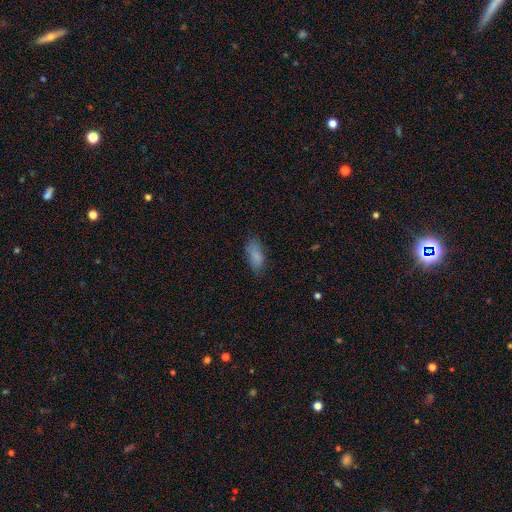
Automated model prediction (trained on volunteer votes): The model was most divided on "merging": none: 75%, minor disturbance: 19%, major disturbance: 5%, merger: 1%. More confident: how rounded — in between (85%); smooth or featured — smooth (85%).